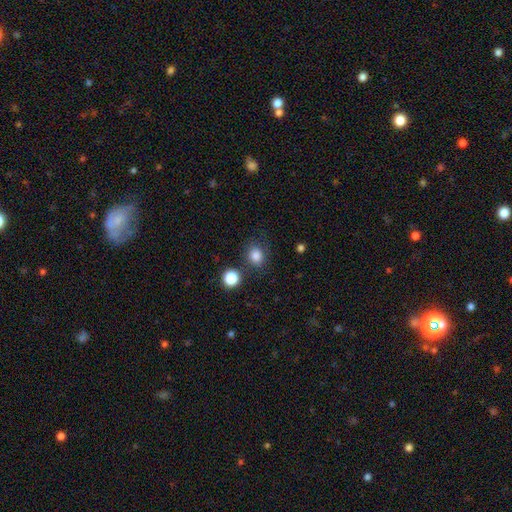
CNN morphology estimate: smooth-or-featured: smooth: 84% | star or artifact: 11% | featured or disk: 5%
  how-rounded: round: 70% | in between: 29% | cigar-shaped: 1%
  merging: none: 74% | minor disturbance: 14% | merger: 8% | major disturbance: 5%